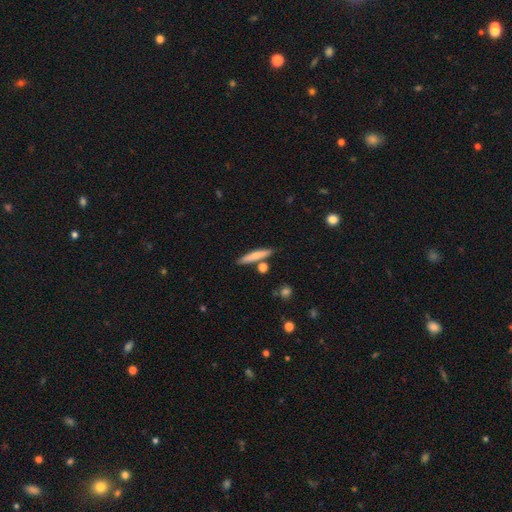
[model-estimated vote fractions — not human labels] Q: Smooth or featured?
A: smooth (74%); runner-up: featured or disk (20%)
Q: How rounded?
A: cigar-shaped (90%); runner-up: in between (8%)
Q: Merging?
A: none (81%); runner-up: minor disturbance (10%)